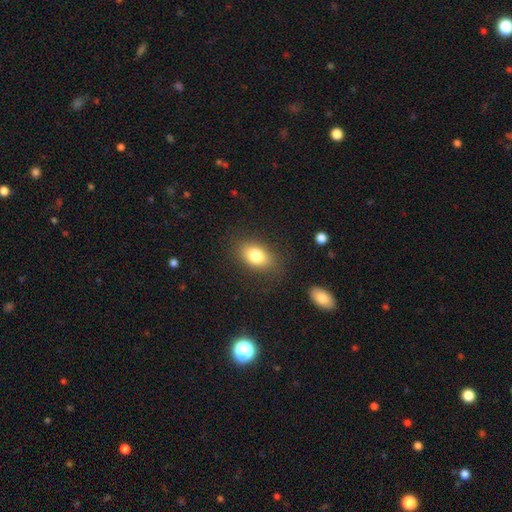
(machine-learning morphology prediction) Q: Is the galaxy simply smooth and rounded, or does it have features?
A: smooth — 80%.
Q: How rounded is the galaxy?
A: in between — 84%.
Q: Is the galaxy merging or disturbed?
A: none — 81%.